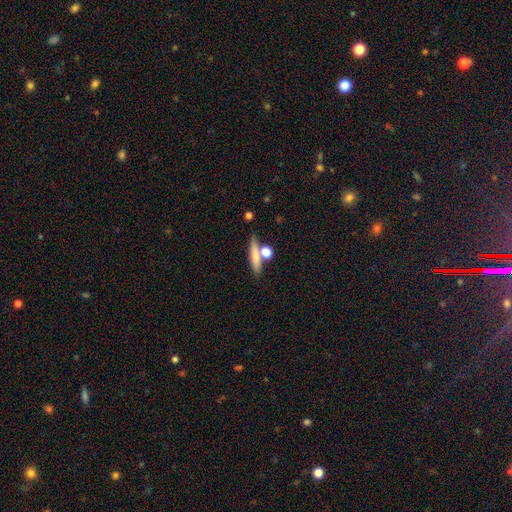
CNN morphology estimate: smooth 68%, featured or disk 24%, star or artifact 8%. Down the decision tree: how rounded — cigar-shaped (71%); merging — none (61%).